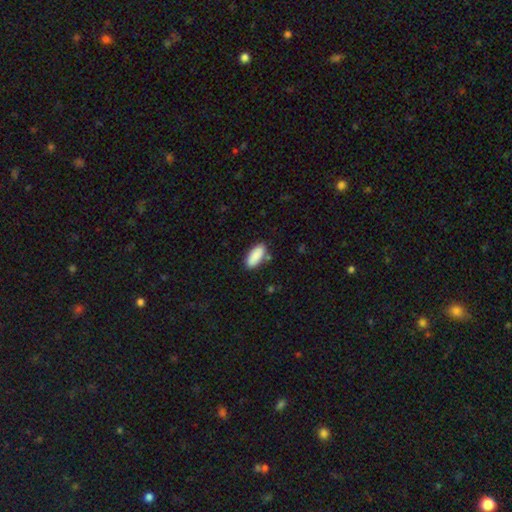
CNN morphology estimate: The model was most divided on "merging": none: 81%, minor disturbance: 12%, merger: 4%, major disturbance: 3%. More confident: smooth or featured — smooth (89%); how rounded — in between (84%).